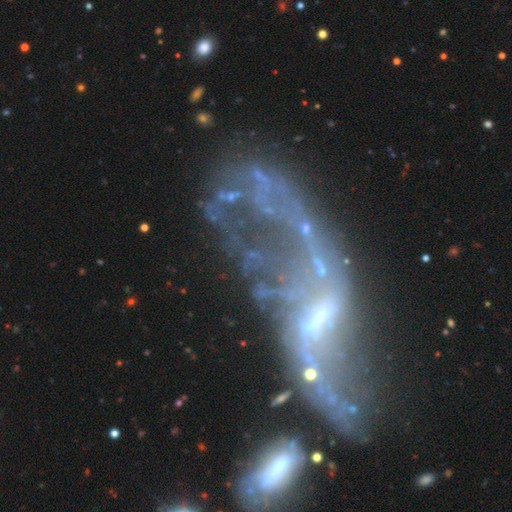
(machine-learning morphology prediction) Q: Smooth or featured?
A: featured or disk (68%); runner-up: star or artifact (21%)
Q: Edge-on disk?
A: no (91%); runner-up: yes (9%)
Q: Bar?
A: no (41%); runner-up: strong (32%)
Q: Spiral arms?
A: yes (52%); runner-up: no (48%)
Q: Bulge size?
A: none (44%); runner-up: small (34%)
Q: Merging?
A: major disturbance (40%); runner-up: none (33%)